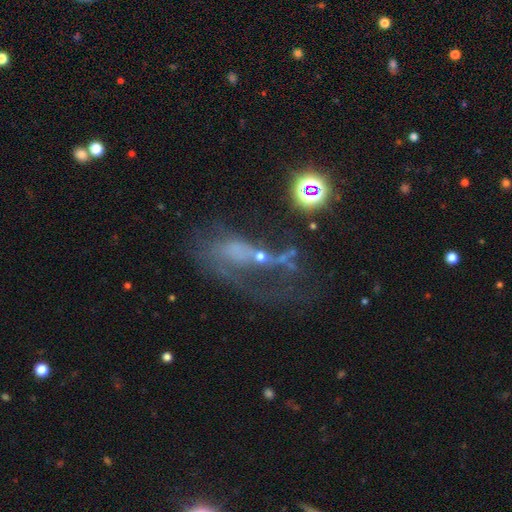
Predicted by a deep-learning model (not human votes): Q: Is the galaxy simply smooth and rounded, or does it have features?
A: featured or disk — 55%.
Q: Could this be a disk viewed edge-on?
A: no — 92%.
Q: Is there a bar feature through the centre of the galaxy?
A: no — 77%.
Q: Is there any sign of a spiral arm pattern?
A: no — 56%.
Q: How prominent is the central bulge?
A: none — 35%, tied with small.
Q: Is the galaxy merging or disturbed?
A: major disturbance — 50%.